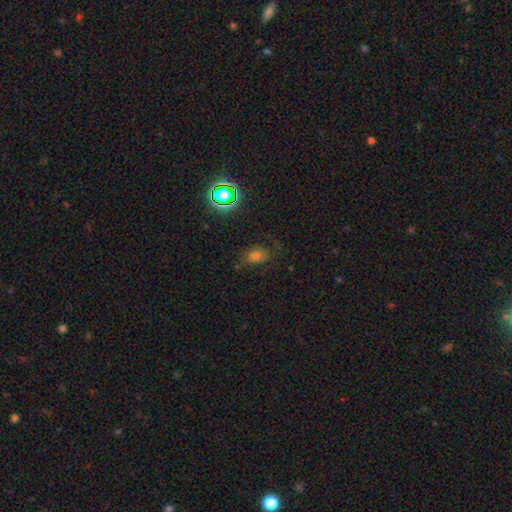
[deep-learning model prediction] smooth-or-featured: smooth: 55% | star or artifact: 30% | featured or disk: 16%
  how-rounded: in between: 72% | round: 26% | cigar-shaped: 2%
  merging: none: 61% | minor disturbance: 22% | major disturbance: 15% | merger: 2%